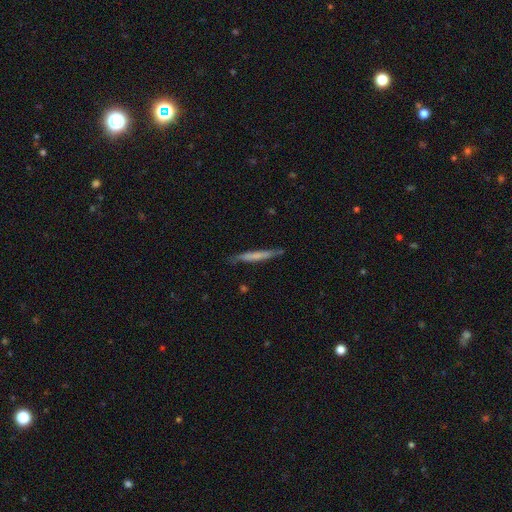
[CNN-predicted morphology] Overall: smooth (55%; featured or disk 39%). How rounded: cigar-shaped (96%). Merging: none (82%).